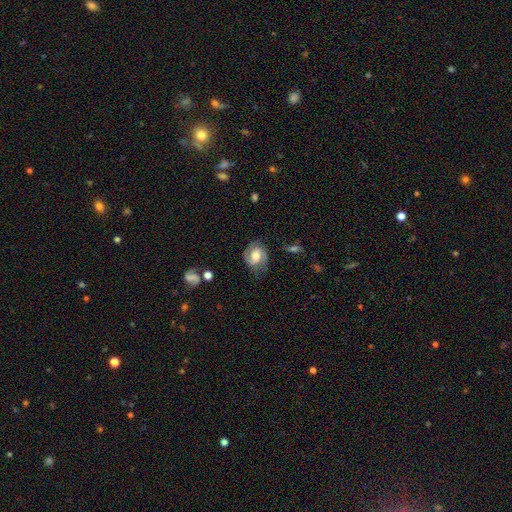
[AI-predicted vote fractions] The model was most divided on "spiral winding": medium: 47%, tight: 38%, loose: 15%. Remaining: edge-on disk — no (97%); spiral arms — yes (93%); spiral arm count — 2 (87%); smooth or featured — featured or disk (76%); merging — none (70%); bulge size — moderate (49%); bar — weak (46%).